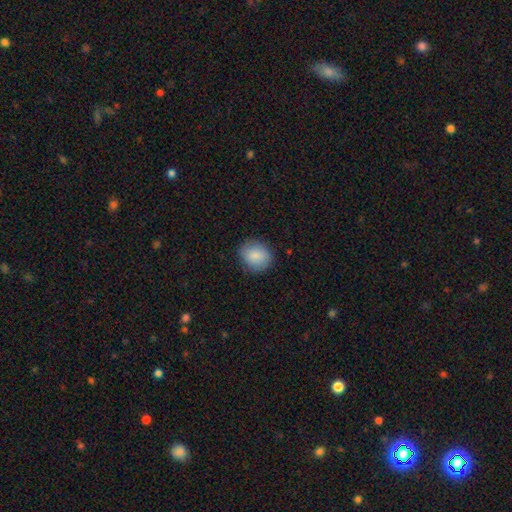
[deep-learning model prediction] A smooth galaxy with no disk features (87%) that is round (80%).

Vote fractions:
- Smooth or featured? smooth: 87% / star or artifact: 7% / featured or disk: 6%
- How rounded? round: 80% / in between: 19% / cigar-shaped: 1%
- Merging? none: 86% / minor disturbance: 11% / major disturbance: 3% / merger: 1%